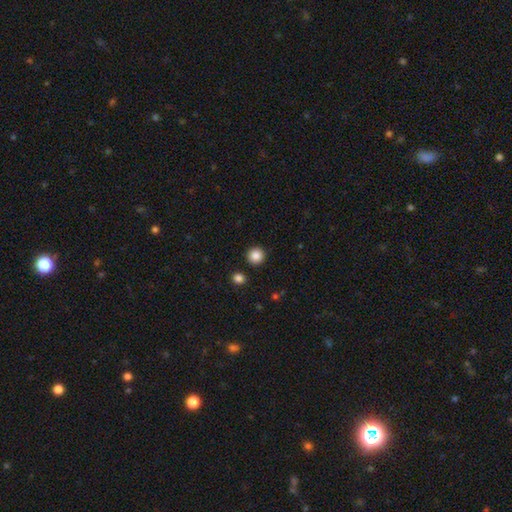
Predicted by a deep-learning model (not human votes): A smooth galaxy with no disk features (87%) that is round (95%).

Vote fractions:
- Smooth or featured? smooth: 87% / star or artifact: 10% / featured or disk: 3%
- How rounded? round: 95% / in between: 4% / cigar-shaped: 1%
- Merging? none: 92% / minor disturbance: 4% / merger: 2% / major disturbance: 2%